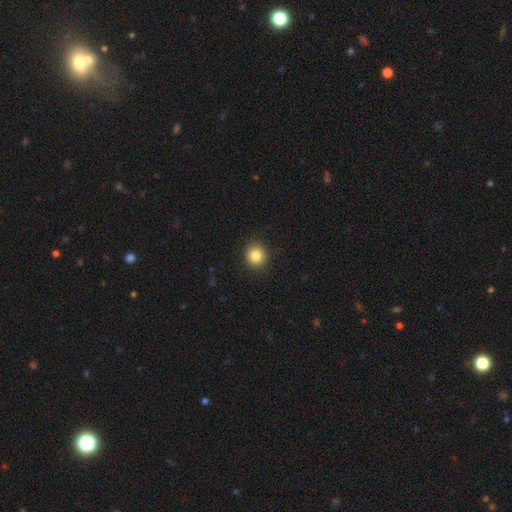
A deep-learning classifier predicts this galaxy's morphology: Smooth or featured? smooth (85%)
How rounded? round (87%)
Merging? none (91%)